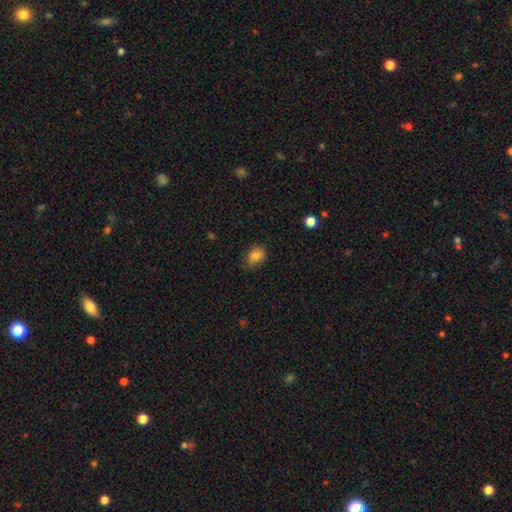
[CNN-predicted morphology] This is likely a smooth galaxy (80%). How rounded: likely in between (65%). Merging: likely none (74%).